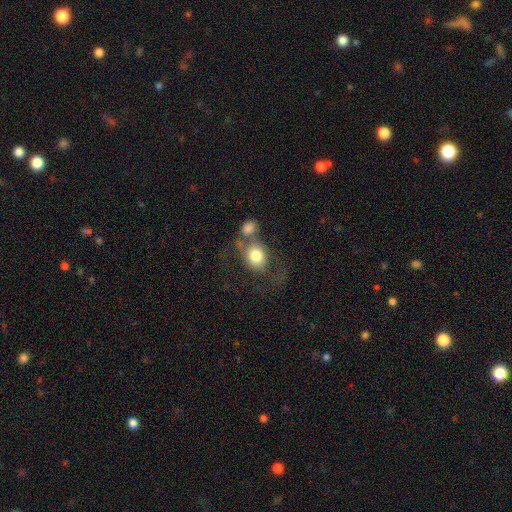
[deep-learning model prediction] A smooth galaxy with no disk features (72%) that is round (61%). Merging: merger (35%).